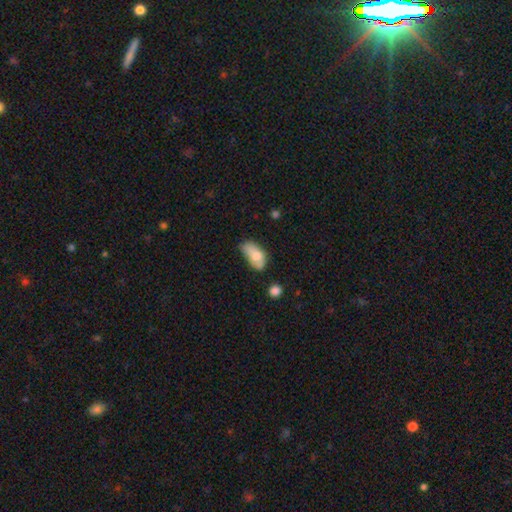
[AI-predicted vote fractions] This appears to be a smooth galaxy with no disk features (71%) that is in between round and cigar-shaped (90%). Merging: minor disturbance (40%).